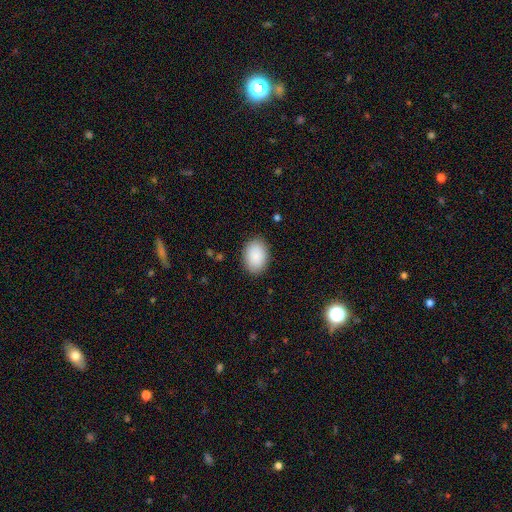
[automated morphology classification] Smooth or featured?
  - smooth: 89% *
  - star or artifact: 6%
  - featured or disk: 5%
How rounded?
  - in between: 84% *
  - round: 15%
  - cigar-shaped: 1%
Merging?
  - none: 87% *
  - minor disturbance: 10%
  - major disturbance: 2%
  - merger: 1%